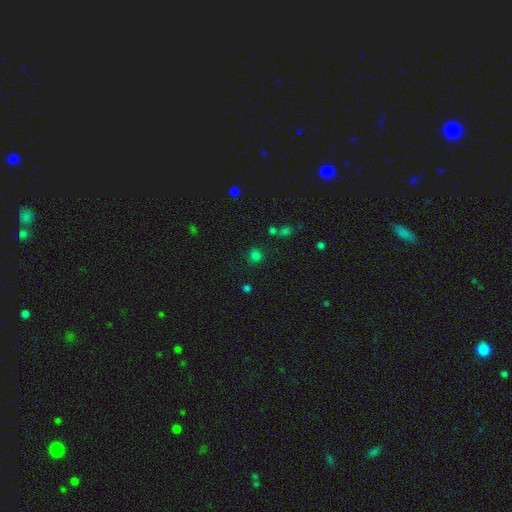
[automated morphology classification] A smooth galaxy with no disk features (73%) that is round (88%).

Vote fractions:
- Smooth or featured? smooth: 73% / star or artifact: 22% / featured or disk: 5%
- How rounded? round: 88% / in between: 11% / cigar-shaped: 1%
- Merging? none: 81% / minor disturbance: 10% / merger: 5% / major disturbance: 4%